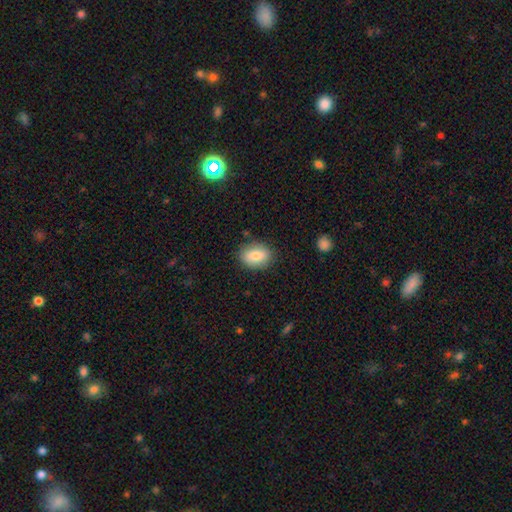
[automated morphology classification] This is likely a smooth galaxy (79%). How rounded: likely in between (73%). Merging: clearly none (83%).